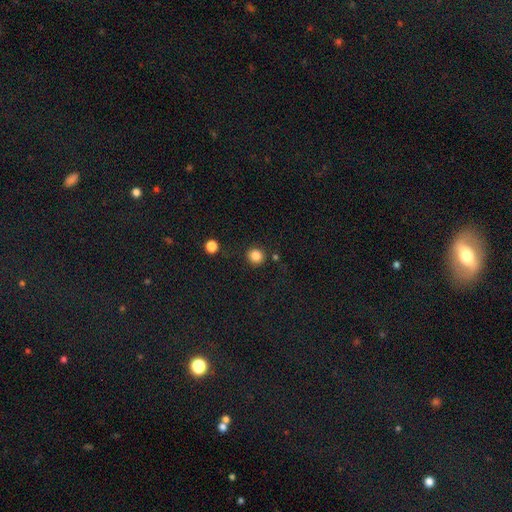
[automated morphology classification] This is clearly a smooth galaxy (84%). How rounded: clearly round (90%). Merging: clearly none (87%).